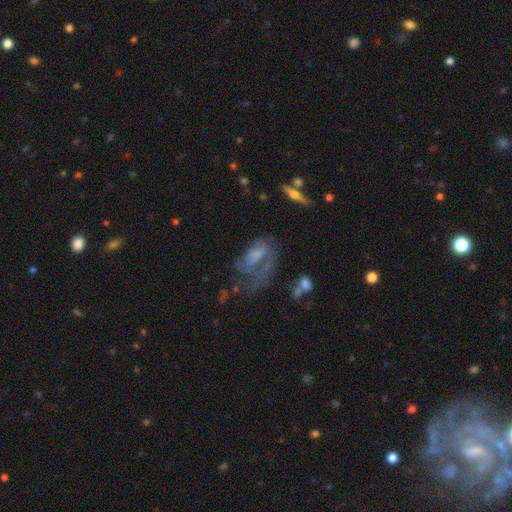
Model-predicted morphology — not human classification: A featured or disk galaxy (60%) with no bar (65%), spiral arms (57%) and no central bulge (39%).

Vote fractions:
- Smooth or featured? featured or disk: 60% / smooth: 30% / star or artifact: 10%
- Edge-on disk? no: 93% / yes: 7%
- Bar? no: 65% / weak: 27% / strong: 8%
- Spiral arms? yes: 57% / no: 43%
- Bulge size? none: 39% / moderate: 25% / small: 22% / large: 12% / dominant: 2%
- Merging? major disturbance: 46% / none: 29% / minor disturbance: 19% / merger: 6%